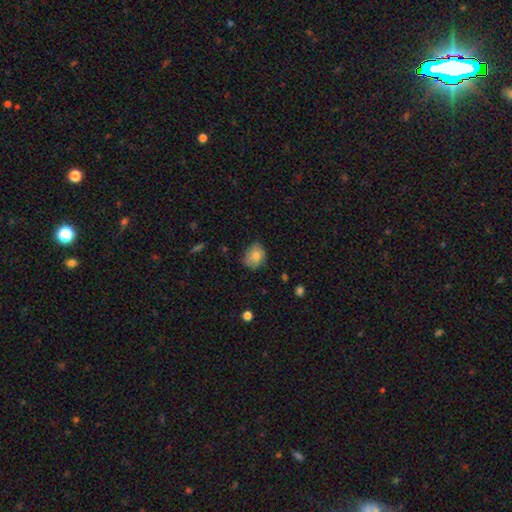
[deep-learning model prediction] The model was most divided on "how rounded": round: 55%, in between: 44%, cigar-shaped: 1%. More confident: smooth or featured — smooth (80%); merging — none (71%).